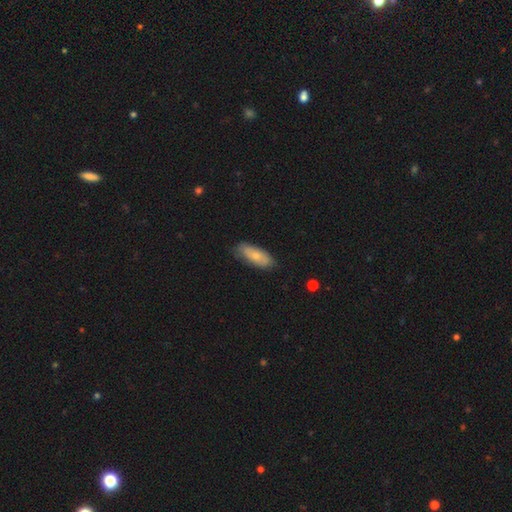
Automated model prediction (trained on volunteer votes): Smooth or featured: smooth — 70% (featured or disk — 24%)
How rounded: in between — 74% (cigar-shaped — 24%)
Merging: none — 76% (minor disturbance — 19%)